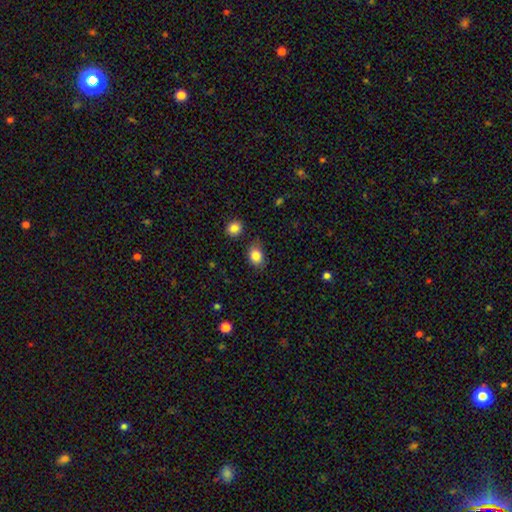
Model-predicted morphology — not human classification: Overall: smooth (85%). How rounded: in between (61%; round 38%). Merging: none (74%).